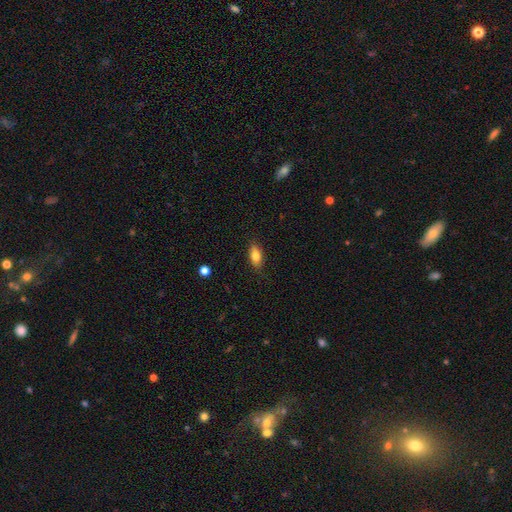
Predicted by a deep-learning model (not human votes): smooth-or-featured: smooth: 79% | featured or disk: 13% | star or artifact: 8%
  how-rounded: in between: 86% | cigar-shaped: 9% | round: 5%
  merging: none: 86% | minor disturbance: 11% | major disturbance: 2% | merger: 1%